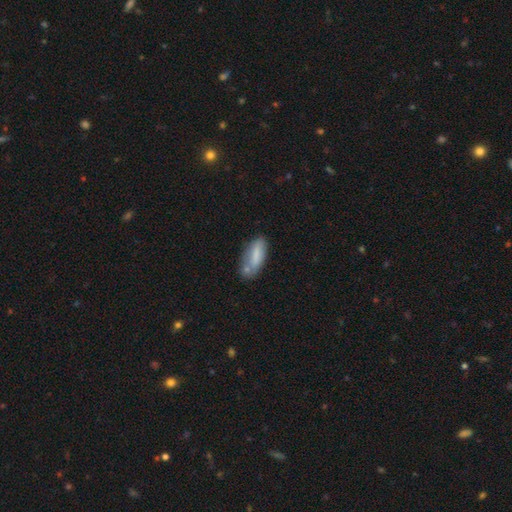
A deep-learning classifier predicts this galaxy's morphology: This is likely a smooth galaxy (76%). How rounded: likely in between (70%). Merging: possibly none (53%).